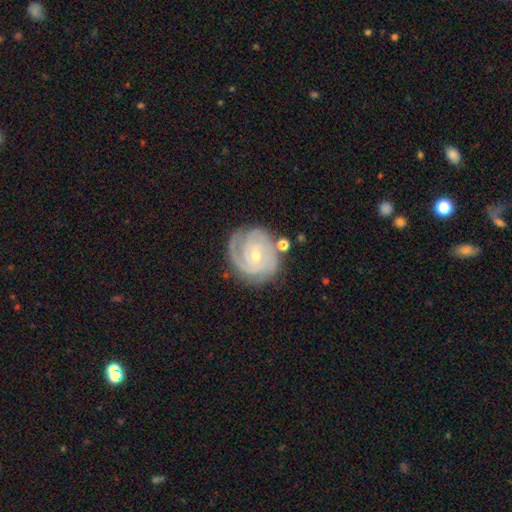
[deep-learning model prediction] The model was most divided on "spiral arm count": 3: 33%, 2: 27%, can't tell: 21%, 4: 9%, 1: 6%, more than 4: 5%. More confident: edge-on disk — no (98%); spiral arms — yes (97%); smooth or featured — featured or disk (86%); spiral winding — tight (76%); merging — none (73%); bar — no (69%); bulge size — small (62%).